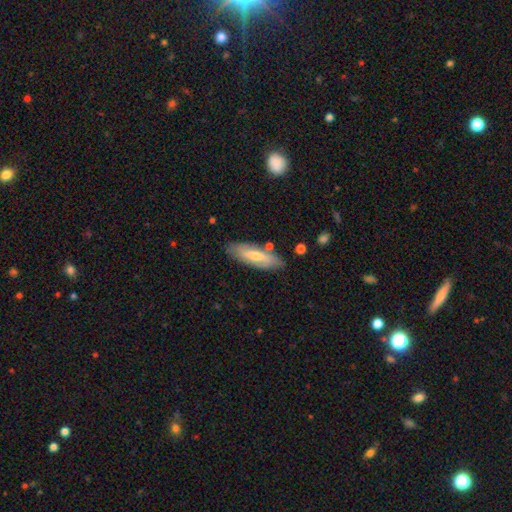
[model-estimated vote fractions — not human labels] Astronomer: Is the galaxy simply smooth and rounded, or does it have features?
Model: smooth — 47%, tied with featured or disk at 47%.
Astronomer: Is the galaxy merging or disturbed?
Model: none — 81%.